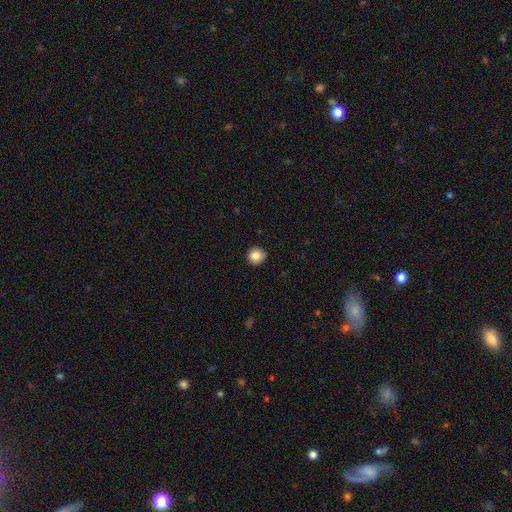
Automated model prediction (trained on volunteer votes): Q: Smooth or featured?
A: smooth (84%); runner-up: star or artifact (10%)
Q: How rounded?
A: round (92%); runner-up: in between (7%)
Q: Merging?
A: none (89%); runner-up: minor disturbance (8%)